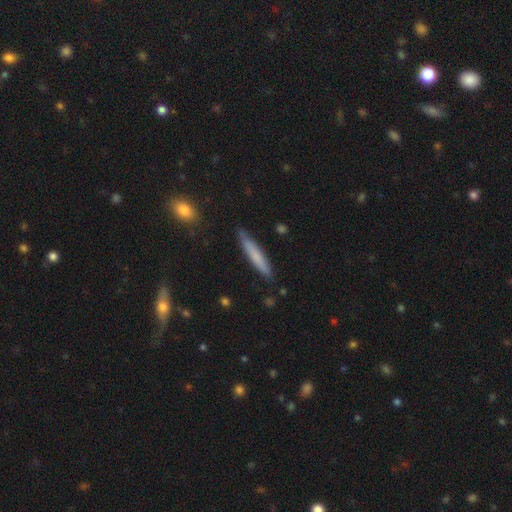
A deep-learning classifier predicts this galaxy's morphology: smooth_or_featured: smooth (p=0.71) [alt: featured or disk p=0.23]
how_rounded: cigar-shaped (p=0.93) [alt: in between p=0.05]
merging: none (p=0.83) [alt: minor disturbance p=0.13]